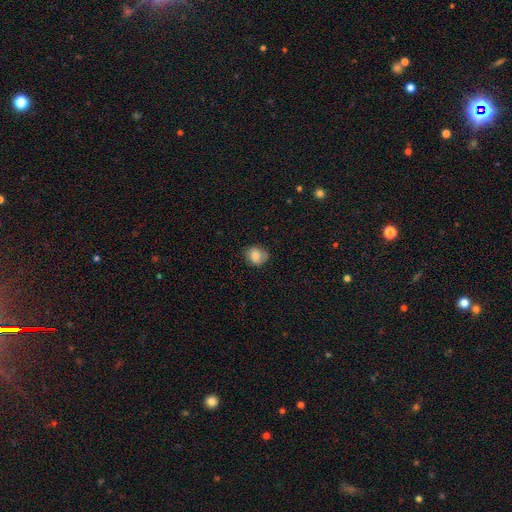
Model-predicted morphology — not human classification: Smooth or featured?
  - smooth: 79% *
  - featured or disk: 12%
  - star or artifact: 9%
How rounded?
  - round: 62% *
  - in between: 37%
  - cigar-shaped: 1%
Merging?
  - none: 73% *
  - minor disturbance: 21%
  - major disturbance: 5%
  - merger: 1%